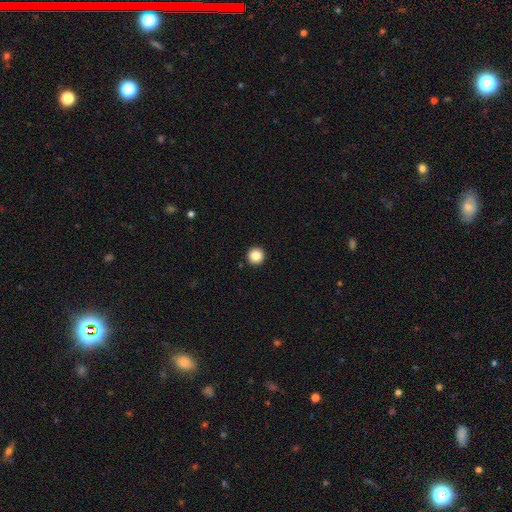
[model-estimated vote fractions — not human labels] smooth_or_featured: smooth (p=0.85) [alt: star or artifact p=0.10]
how_rounded: round (p=0.96) [alt: in between p=0.03]
merging: none (p=0.94) [alt: minor disturbance p=0.04]